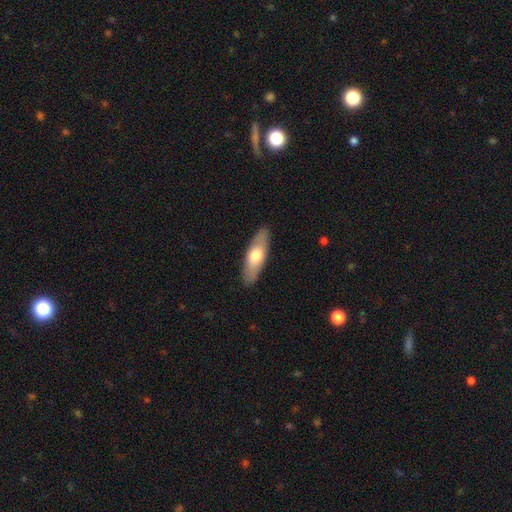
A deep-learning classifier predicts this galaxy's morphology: Overall: smooth (64%; featured or disk 31%). How rounded: in between (59%; cigar-shaped 39%). Merging: none (88%).